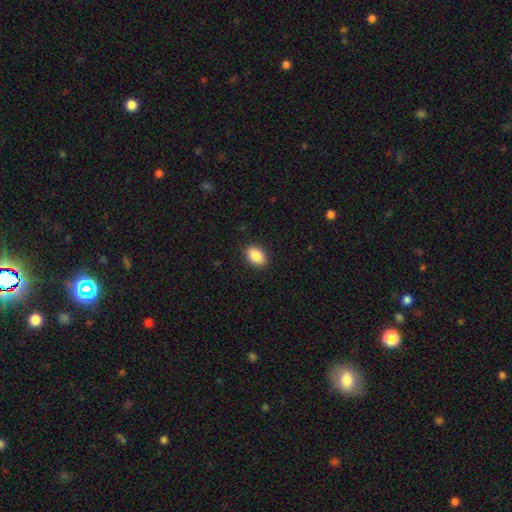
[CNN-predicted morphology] A smooth galaxy with no disk features (88%) that is in between round and cigar-shaped (86%). Merging: none (89%).